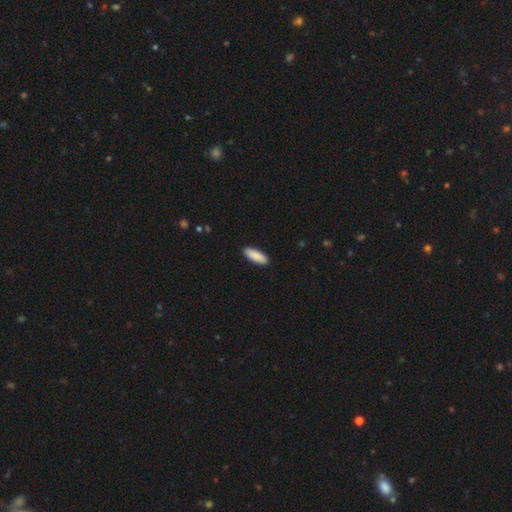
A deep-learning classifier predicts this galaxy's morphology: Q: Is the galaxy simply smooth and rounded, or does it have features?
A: smooth — 90%.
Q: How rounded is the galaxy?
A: in between — 67%.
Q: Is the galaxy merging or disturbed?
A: none — 90%.